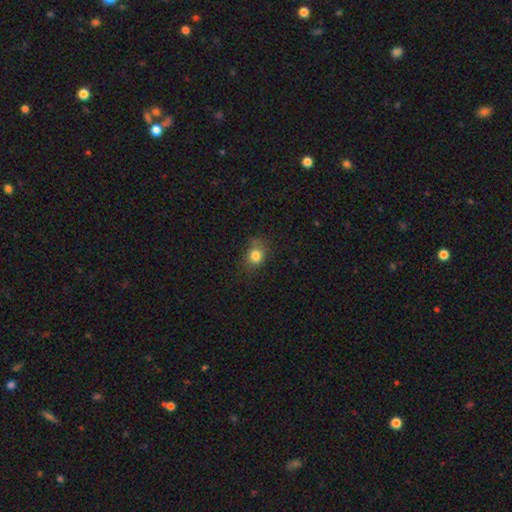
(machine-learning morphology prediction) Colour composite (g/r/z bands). It shows a smooth galaxy with no disk features (81%) that is round (63%). Merging: none (74%).